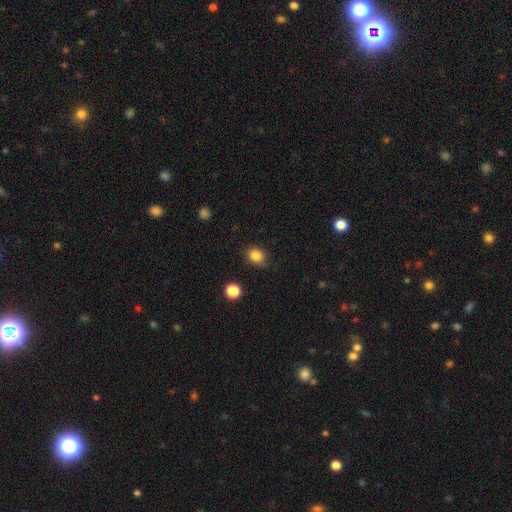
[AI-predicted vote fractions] This is clearly a smooth galaxy (84%). How rounded: likely round (61%). Merging: clearly none (80%).